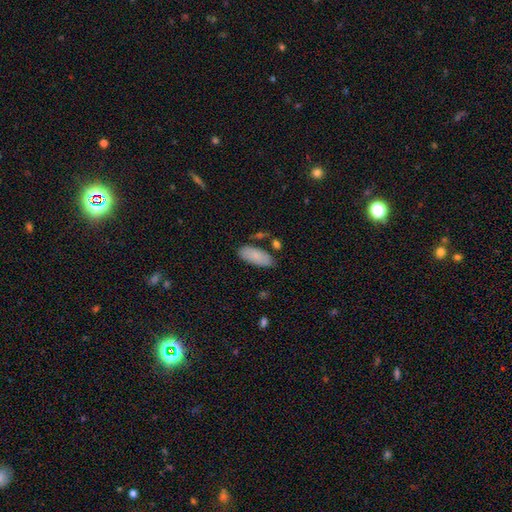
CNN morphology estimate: Overall: smooth (84%). How rounded: in between (87%). Merging: none (74%).